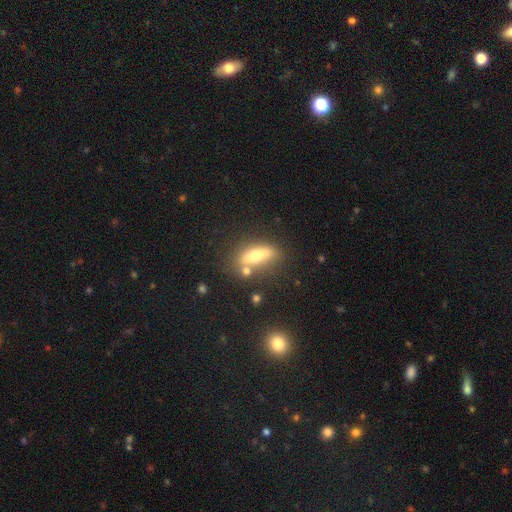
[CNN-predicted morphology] Q: Smooth or featured?
A: smooth (58%); runner-up: featured or disk (34%)
Q: How rounded?
A: cigar-shaped (48%); tied with: in between (48%)
Q: Merging?
A: none (71%); runner-up: minor disturbance (14%)